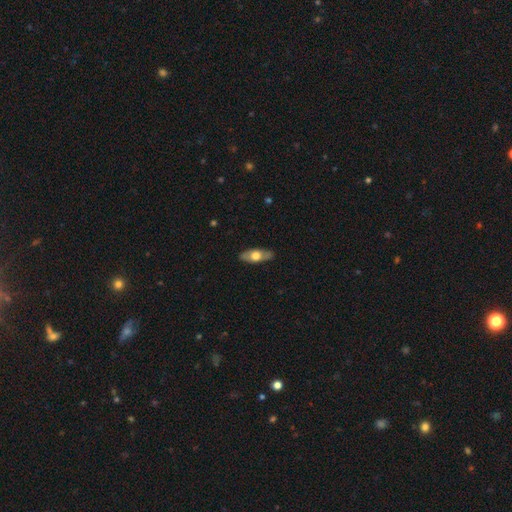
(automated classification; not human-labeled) Smooth or featured? smooth (54%)
How rounded? in between (77%)
Merging? none (85%)